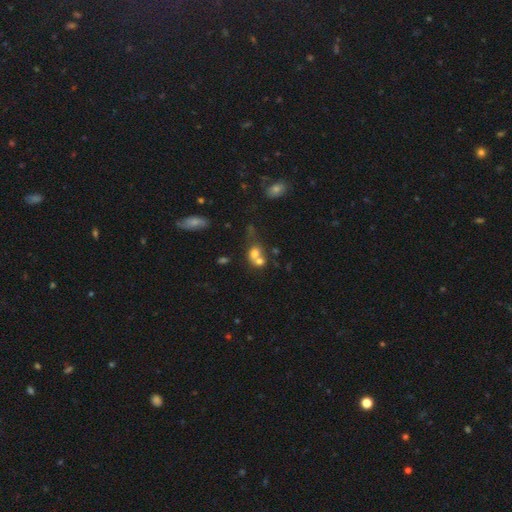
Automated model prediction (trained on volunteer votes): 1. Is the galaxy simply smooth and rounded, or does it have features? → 69% smooth, 18% featured or disk, 13% star or artifact.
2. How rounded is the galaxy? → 62% round, 36% in between, 2% cigar-shaped.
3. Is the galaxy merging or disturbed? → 61% merger, 26% none, 8% minor disturbance, 5% major disturbance.